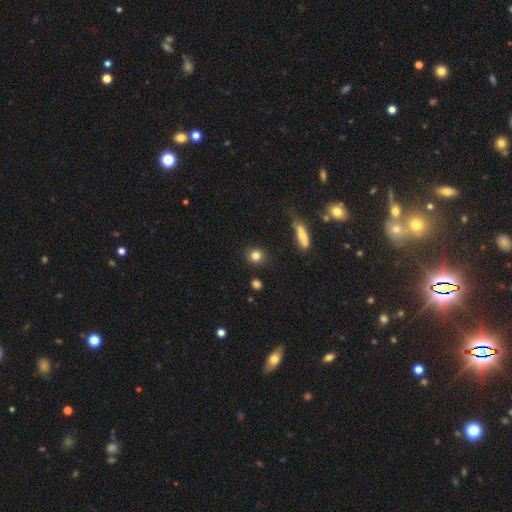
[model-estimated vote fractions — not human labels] Smooth or featured?
  - smooth: 82% *
  - star or artifact: 11%
  - featured or disk: 7%
How rounded?
  - round: 83% *
  - in between: 15%
  - cigar-shaped: 2%
Merging?
  - none: 85% *
  - minor disturbance: 9%
  - merger: 3%
  - major disturbance: 3%